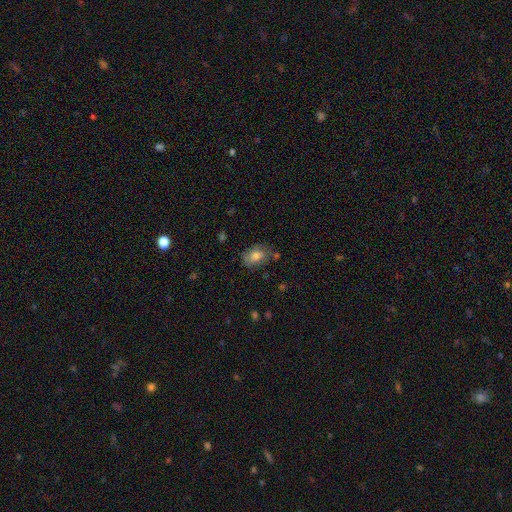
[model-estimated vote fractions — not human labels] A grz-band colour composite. It shows a smooth galaxy with no disk features (74%) that is in between round and cigar-shaped (77%). Merging: none (67%).